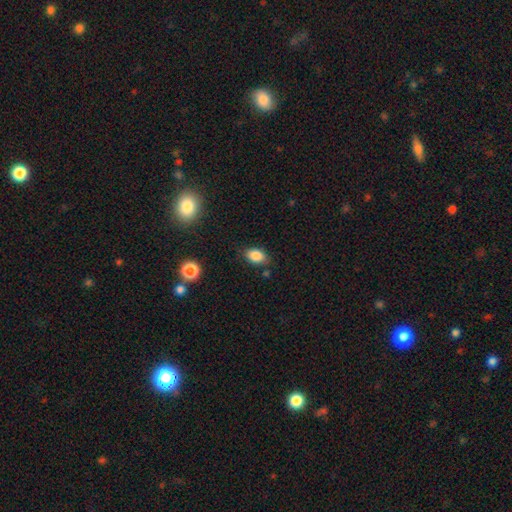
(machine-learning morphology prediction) This appears to be a smooth galaxy with no disk features (85%) that is in between round and cigar-shaped (84%). Merging: none (79%).